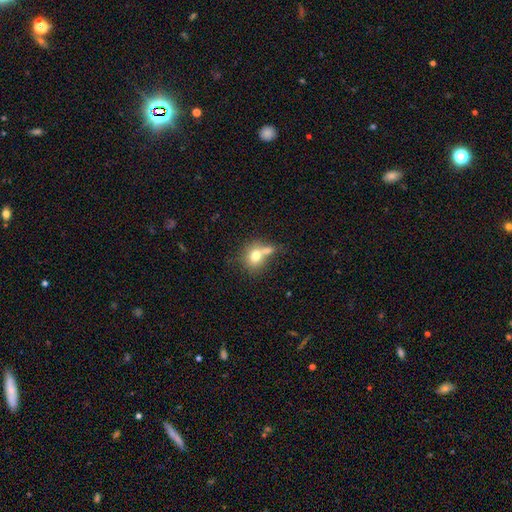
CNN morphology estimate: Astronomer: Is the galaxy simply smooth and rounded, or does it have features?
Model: smooth — 72%.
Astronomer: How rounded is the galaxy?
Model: round — 69%.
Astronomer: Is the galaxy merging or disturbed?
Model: merger — 43% (runner-up: none, 38%).